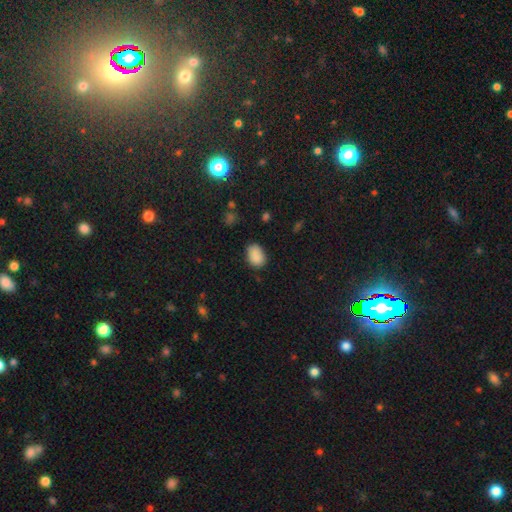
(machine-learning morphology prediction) smooth-or-featured: smooth: 87% | star or artifact: 9% | featured or disk: 4%
  how-rounded: in between: 78% | round: 21% | cigar-shaped: 1%
  merging: none: 72% | minor disturbance: 21% | major disturbance: 4% | merger: 2%